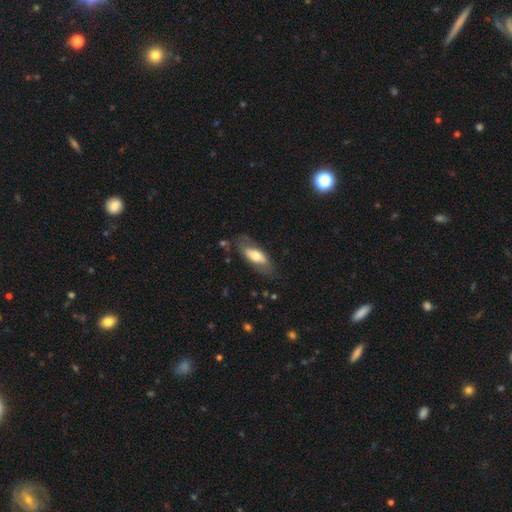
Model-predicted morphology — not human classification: smooth 56%, featured or disk 38%, star or artifact 6%. Down the decision tree: how rounded — in between (73%); merging — none (69%).